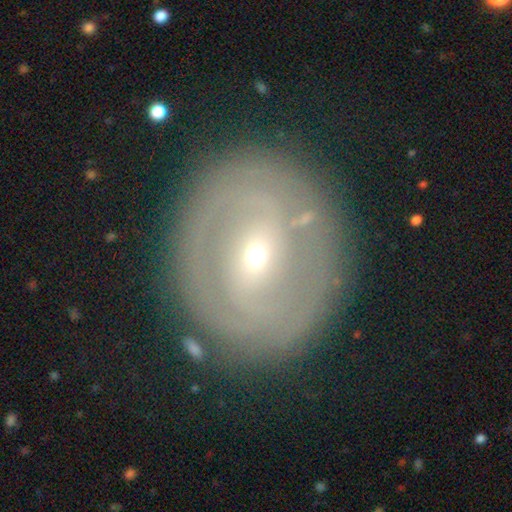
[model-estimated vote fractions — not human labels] featured or disk 71%, smooth 21%, star or artifact 8%. Down the decision tree: edge-on disk — no (95%); bar — weak (40%); spiral arms — yes (53%); bulge size — small (74%); merging — none (82%).